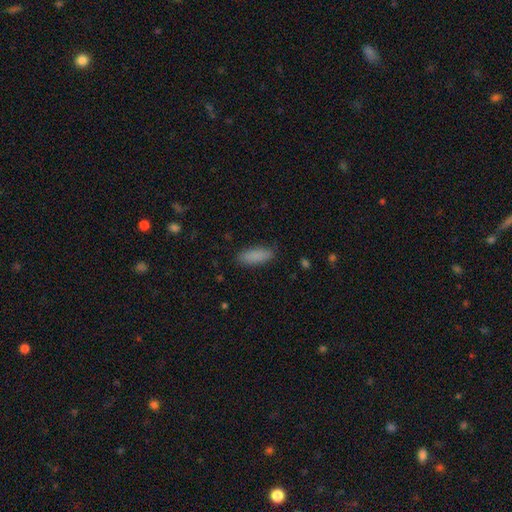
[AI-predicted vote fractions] This is clearly a smooth galaxy (88%). How rounded: likely in between (64%). Merging: clearly none (86%).